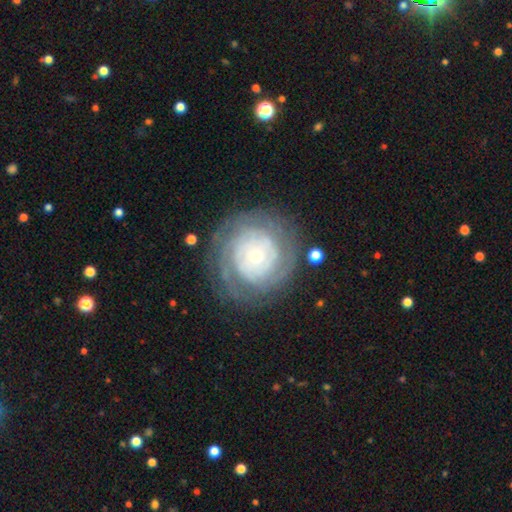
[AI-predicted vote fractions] A featured or disk galaxy (79%) with no bar (81%), tight (82%) spiral arms (90%) and a small central bulge (68%).

Vote fractions:
- Smooth or featured? featured or disk: 79% / smooth: 14% / star or artifact: 6%
- Edge-on disk? no: 97% / yes: 3%
- Bar? no: 81% / weak: 15% / strong: 4%
- Spiral arms? yes: 90% / no: 10%
- Spiral winding? tight: 82% / medium: 14% / loose: 4%
- Spiral arm count? can't tell: 43% / 4: 15% / 3: 14% / 2: 13% / more than 4: 9% / 1: 6%
- Bulge size? small: 68% / moderate: 26% / large: 3% / none: 1% / dominant: 1%
- Merging? none: 79% / minor disturbance: 13% / major disturbance: 6% / merger: 2%